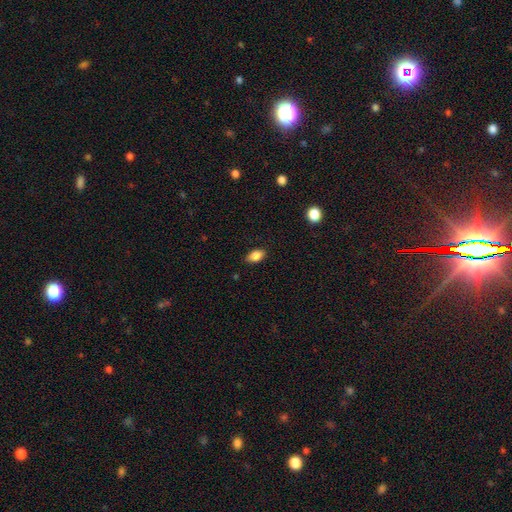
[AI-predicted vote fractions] A smooth galaxy with no disk features (86%) that is in between round and cigar-shaped (90%). Merging: none (83%).